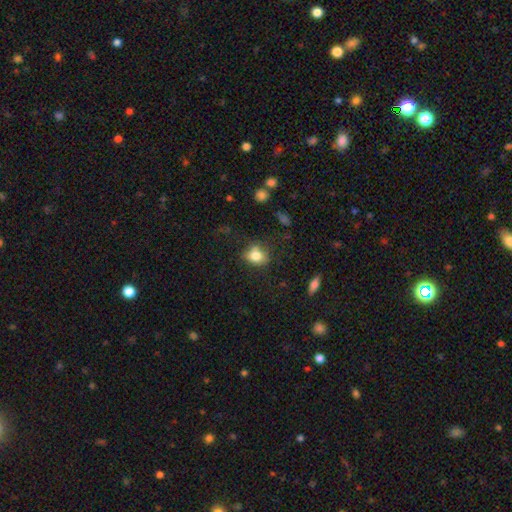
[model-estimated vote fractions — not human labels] A smooth galaxy with no disk features (80%) that is in between round and cigar-shaped (58%). Merging: none (62%).